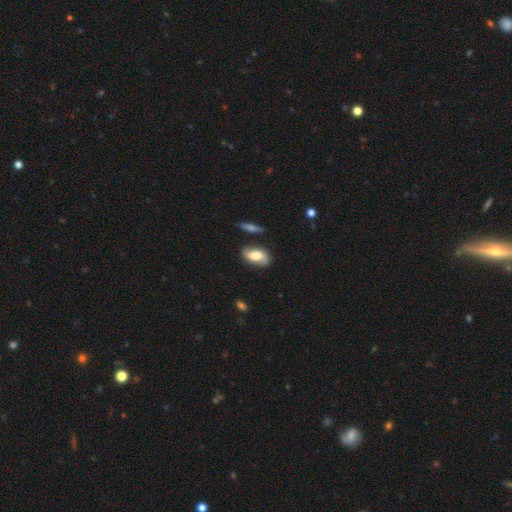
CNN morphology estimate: A smooth galaxy with no disk features (52%) that is in between round and cigar-shaped (89%).

Vote fractions:
- Smooth or featured? smooth: 52% / featured or disk: 40% / star or artifact: 7%
- How rounded? in between: 89% / round: 7% / cigar-shaped: 3%
- Merging? none: 73% / minor disturbance: 18% / major disturbance: 5% / merger: 4%